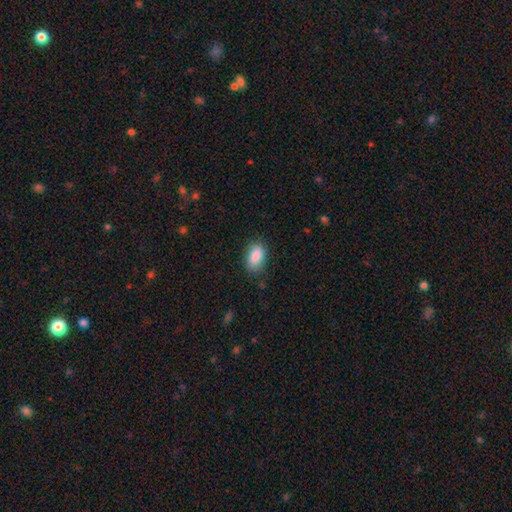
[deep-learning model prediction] Smooth or featured: smooth — 88% (star or artifact — 7%)
How rounded: in between — 91% (round — 6%)
Merging: none — 78% (minor disturbance — 17%)